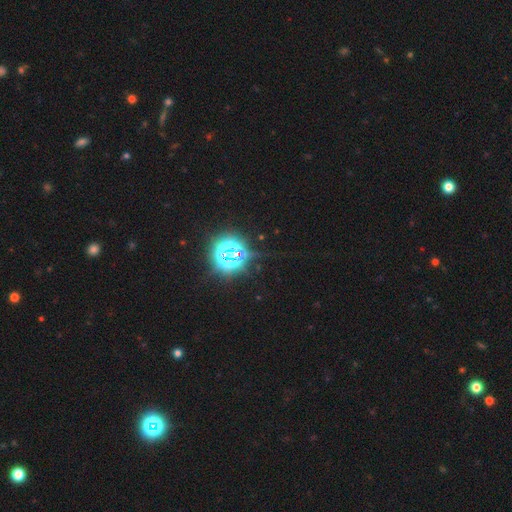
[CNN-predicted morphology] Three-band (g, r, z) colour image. It shows a star or artifact, not a galaxy (82%).